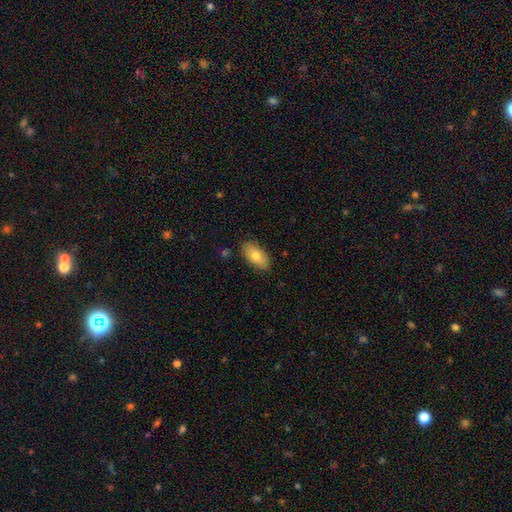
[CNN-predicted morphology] This appears to be a smooth galaxy with no disk features (77%) that is in between round and cigar-shaped (93%). Merging: none (86%).